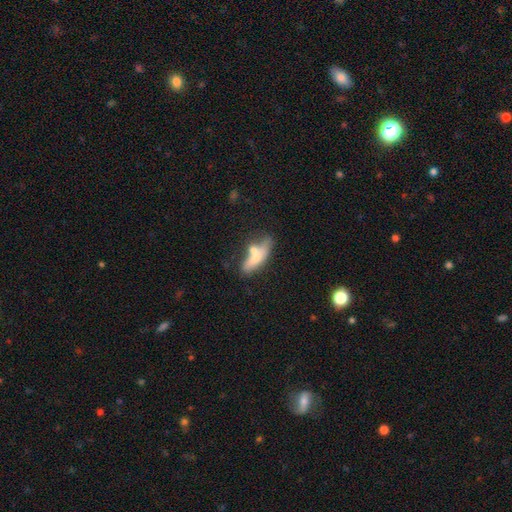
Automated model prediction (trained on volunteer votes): A smooth galaxy with no disk features (59%) that is in between round and cigar-shaped (54%).

Vote fractions:
- Smooth or featured? smooth: 59% / featured or disk: 33% / star or artifact: 8%
- How rounded? in between: 54% / cigar-shaped: 41% / round: 4%
- Merging? merger: 37% / none: 34% / minor disturbance: 18% / major disturbance: 11%